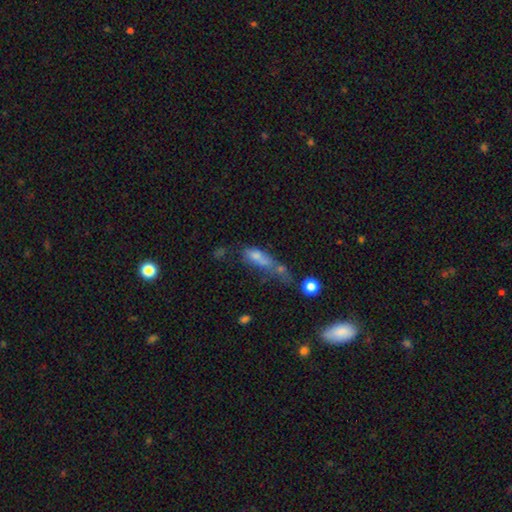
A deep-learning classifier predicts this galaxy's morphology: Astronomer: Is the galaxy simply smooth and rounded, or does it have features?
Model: smooth — 64%.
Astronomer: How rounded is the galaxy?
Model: in between — 59%.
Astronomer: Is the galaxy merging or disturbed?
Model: merger — 43% (runner-up: major disturbance, 25%).